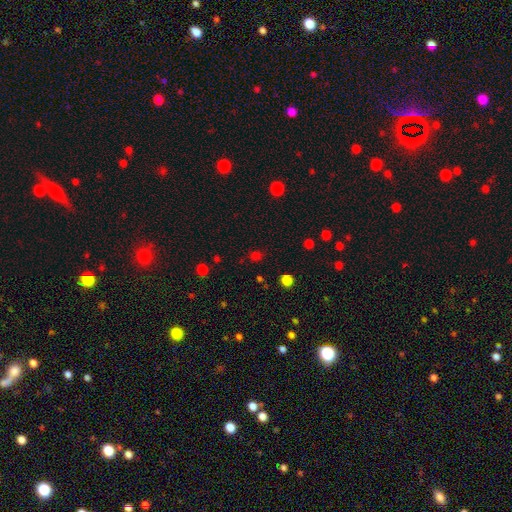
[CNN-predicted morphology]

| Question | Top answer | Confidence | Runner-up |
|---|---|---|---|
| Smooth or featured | smooth | 61% | star or artifact (34%) |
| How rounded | round | 77% | in between (22%) |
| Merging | none | 81% | minor disturbance (11%) |